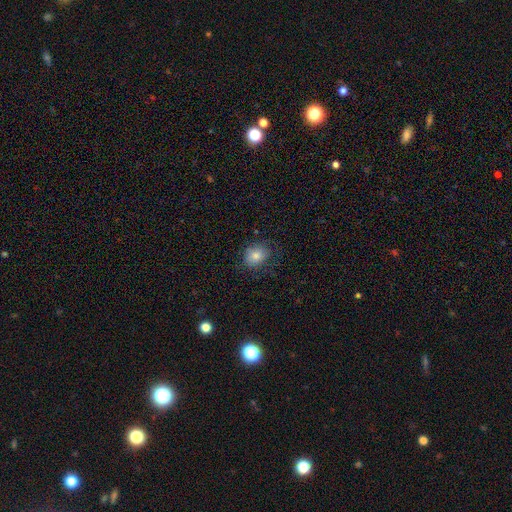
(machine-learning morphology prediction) Smooth or featured: smooth — 73% (featured or disk — 14%)
How rounded: round — 51% (in between — 48%)
Merging: none — 69% (minor disturbance — 20%)